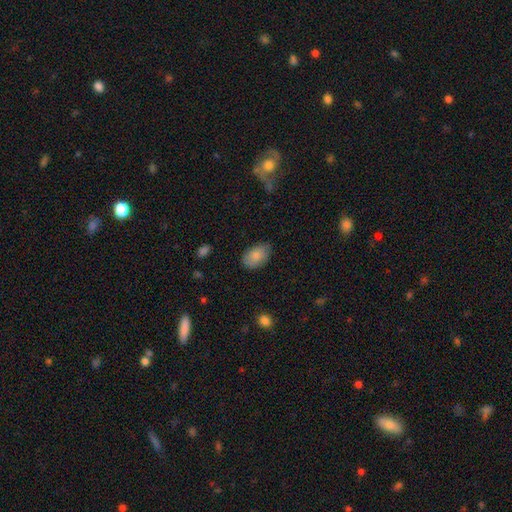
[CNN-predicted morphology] This appears to be a smooth galaxy with no disk features (84%) that is in between round and cigar-shaped (91%). Merging: none (78%).